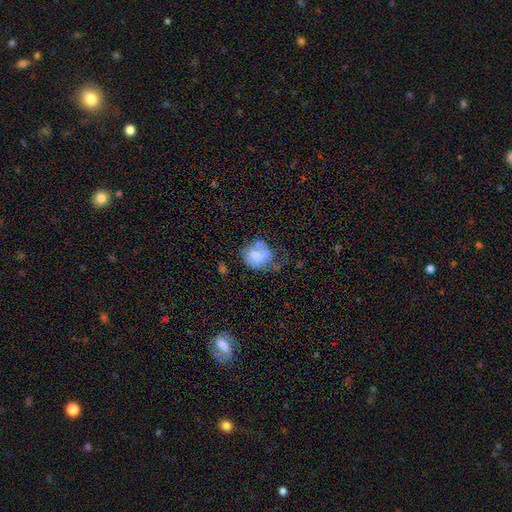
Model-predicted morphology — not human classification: This is possibly a smooth galaxy (51%). How rounded: likely round (63%). Merging: marginally none (37%).